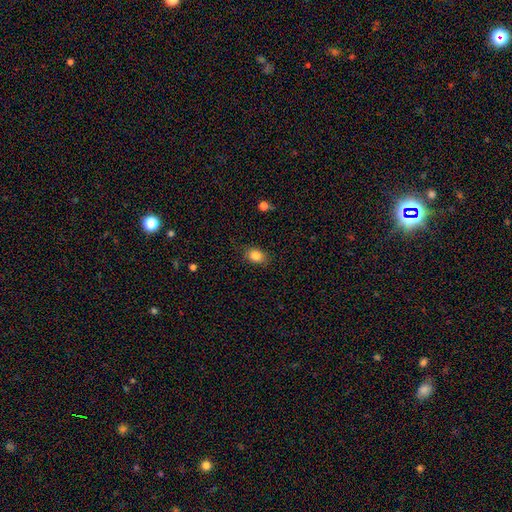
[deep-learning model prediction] This is clearly a smooth galaxy (84%). How rounded: likely in between (71%). Merging: clearly none (84%).